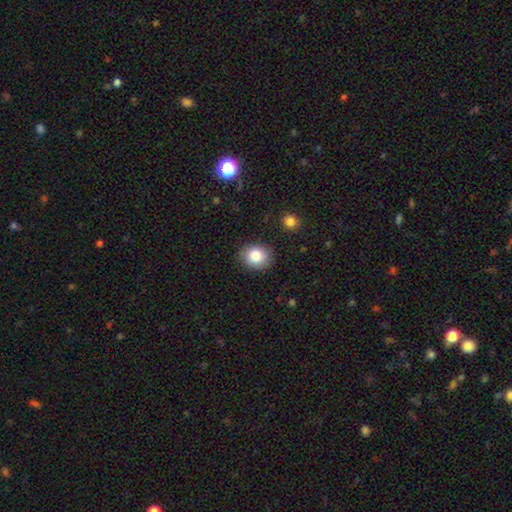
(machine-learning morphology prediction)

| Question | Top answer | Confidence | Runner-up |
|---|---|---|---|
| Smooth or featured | smooth | 86% | star or artifact (9%) |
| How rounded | round | 69% | in between (31%) |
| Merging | none | 86% | minor disturbance (10%) |